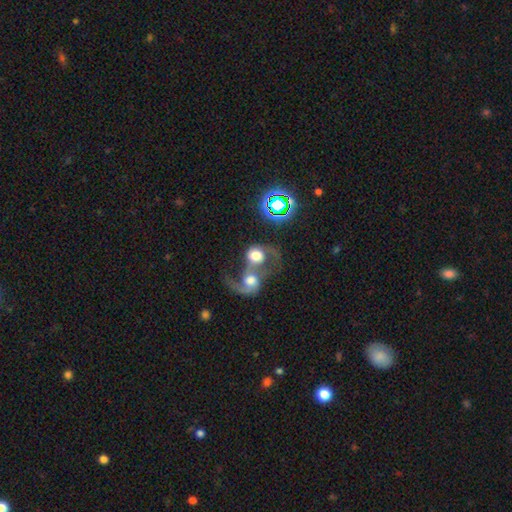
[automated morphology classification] This is possibly a featured or disk galaxy (49%). Merging: clearly merger (83%).